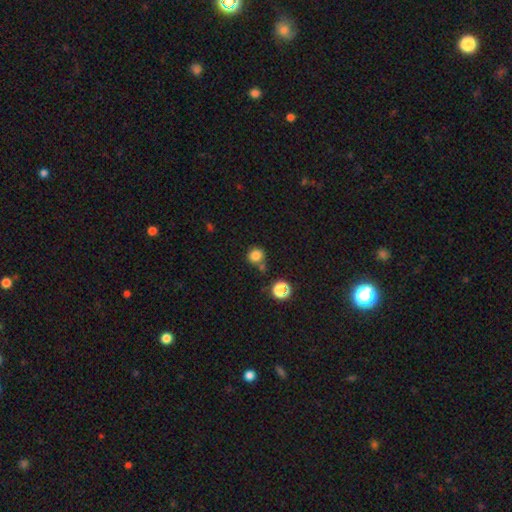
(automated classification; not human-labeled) Smooth or featured: smooth — 82% (star or artifact — 13%)
How rounded: round — 90% (in between — 9%)
Merging: none — 70% (merger — 15%)